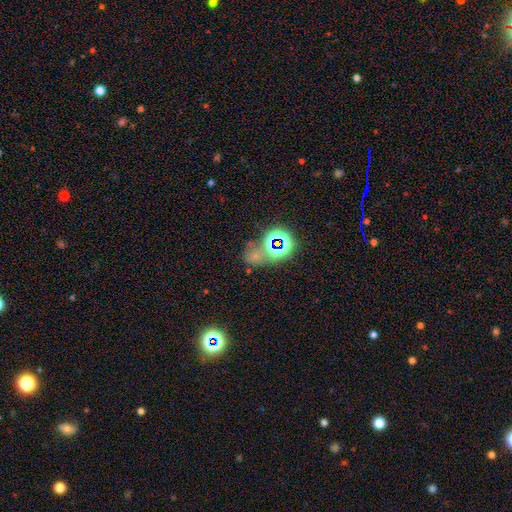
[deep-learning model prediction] A star or artifact, not a galaxy (52%).

Vote fractions:
- Smooth or featured? star or artifact: 52% / smooth: 37% / featured or disk: 11%